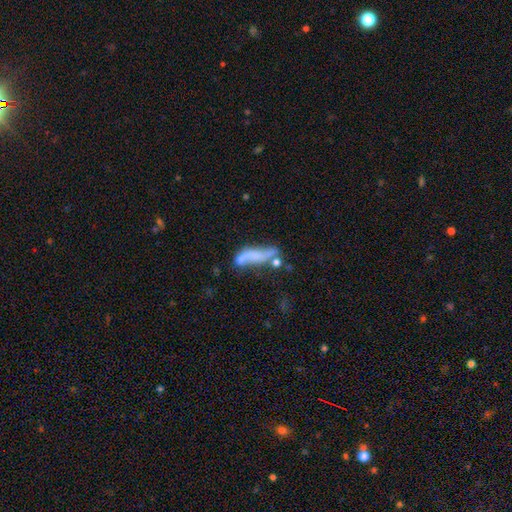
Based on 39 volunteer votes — A smooth galaxy with no disk features (49%) that is cigar-shaped (53%). Merging: none (30%, tied with merger).